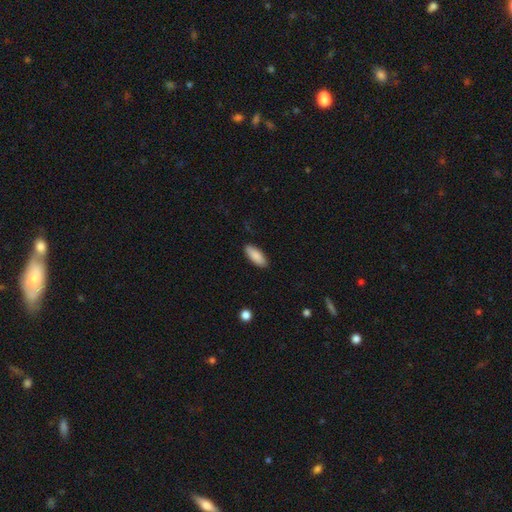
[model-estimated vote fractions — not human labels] A smooth galaxy with no disk features (88%) that is in between round and cigar-shaped (80%).

Vote fractions:
- Smooth or featured? smooth: 88% / star or artifact: 6% / featured or disk: 6%
- How rounded? in between: 80% / cigar-shaped: 19% / round: 2%
- Merging? none: 88% / minor disturbance: 9% / major disturbance: 2% / merger: 1%